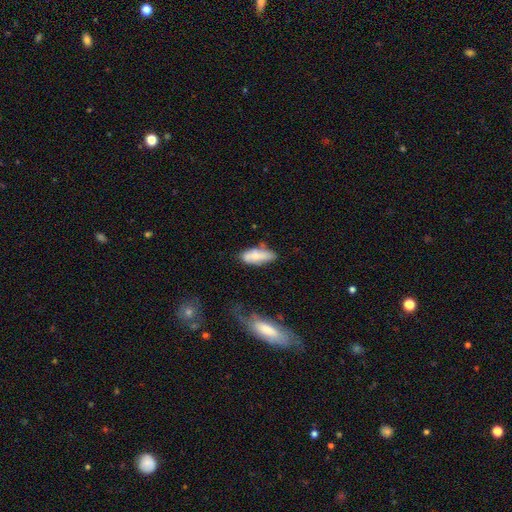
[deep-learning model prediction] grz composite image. It shows a smooth galaxy with no disk features (66%) that is in between round and cigar-shaped (74%). Merging: none (48%).